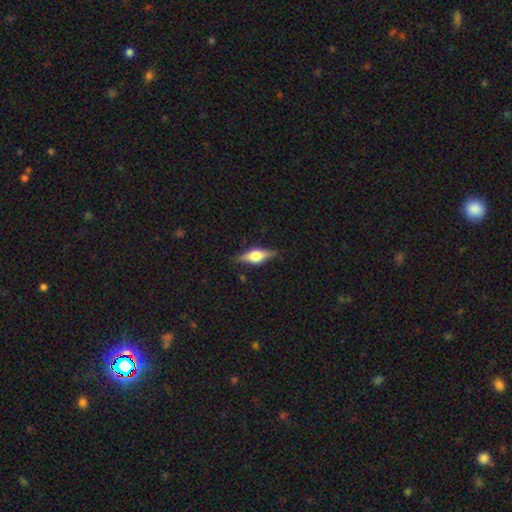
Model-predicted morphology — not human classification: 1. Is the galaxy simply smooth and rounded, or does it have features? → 62% featured or disk, 31% smooth, 7% star or artifact.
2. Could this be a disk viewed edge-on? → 95% yes, 5% no.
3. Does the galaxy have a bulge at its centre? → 91% rounded, 7% boxy, 1% none.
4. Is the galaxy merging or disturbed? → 86% none, 11% minor disturbance, 2% major disturbance, 1% merger.